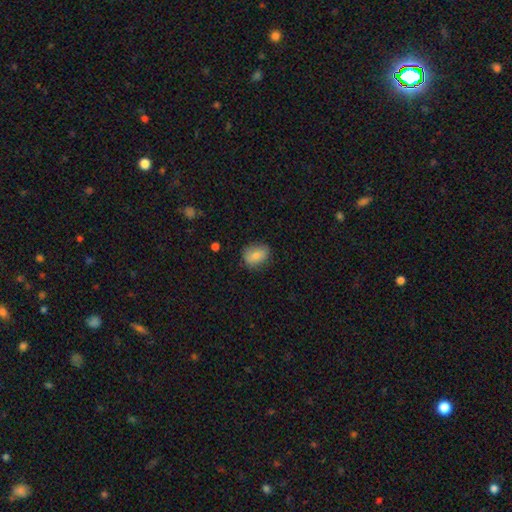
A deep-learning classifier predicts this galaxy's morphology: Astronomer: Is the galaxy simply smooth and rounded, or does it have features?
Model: smooth — 81%.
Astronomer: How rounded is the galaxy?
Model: in between — 66%.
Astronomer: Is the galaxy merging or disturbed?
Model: none — 79%.